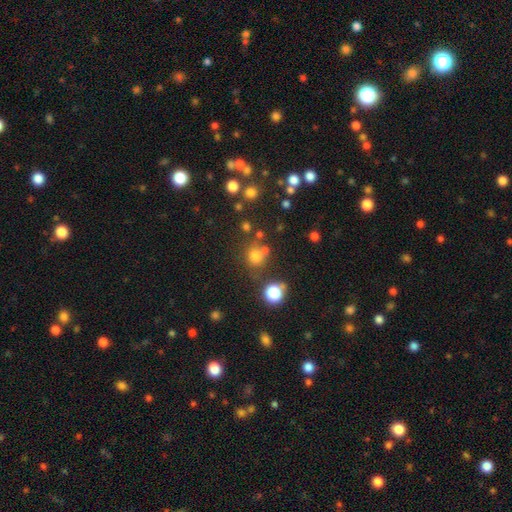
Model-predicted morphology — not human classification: This is likely a smooth galaxy (71%). How rounded: clearly round (88%). Merging: likely none (70%).